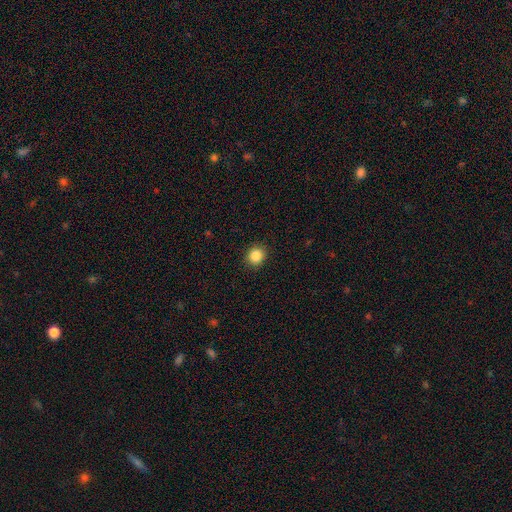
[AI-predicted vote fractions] Smooth or featured? smooth (86%)
How rounded? round (83%)
Merging? none (91%)